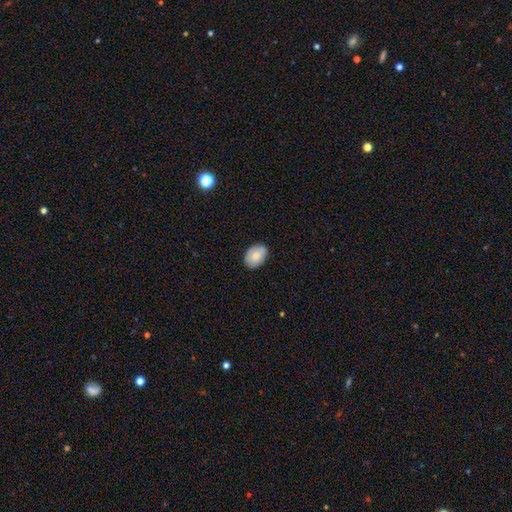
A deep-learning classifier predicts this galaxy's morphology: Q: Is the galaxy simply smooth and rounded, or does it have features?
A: smooth — 80%.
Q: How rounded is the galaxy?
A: in between — 76%.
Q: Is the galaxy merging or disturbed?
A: none — 83%.